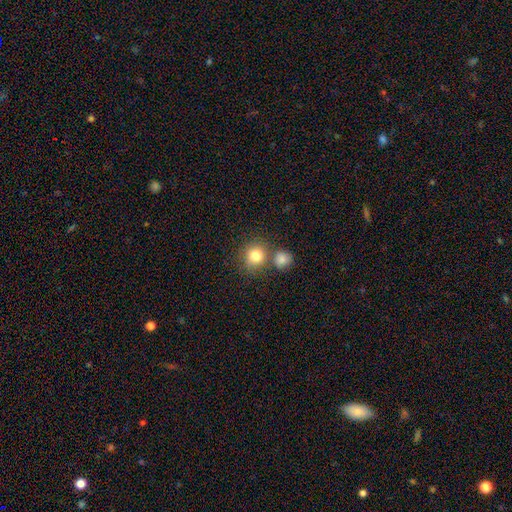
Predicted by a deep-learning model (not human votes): The model was most divided on "merging": none: 61%, merger: 25%, minor disturbance: 10%, major disturbance: 4%. More confident: how rounded — round (85%); smooth or featured — smooth (81%).